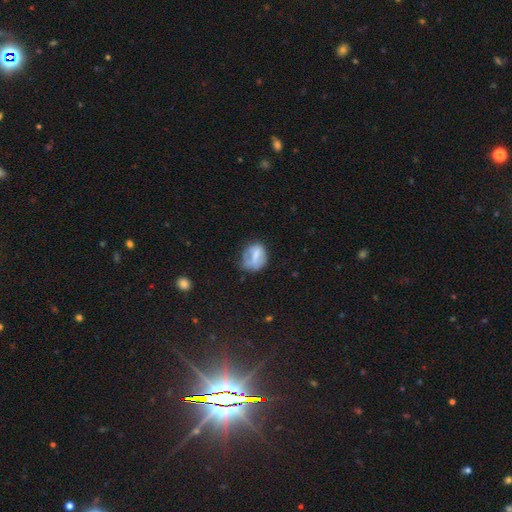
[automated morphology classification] Q: Smooth or featured?
A: smooth (58%); runner-up: featured or disk (33%)
Q: How rounded?
A: round (53%); runner-up: in between (46%)
Q: Merging?
A: none (41%); runner-up: minor disturbance (32%)